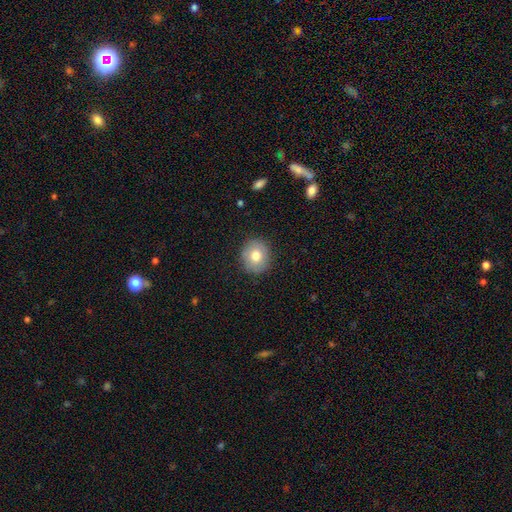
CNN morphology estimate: Smooth or featured?
  - smooth: 76% *
  - featured or disk: 16%
  - star or artifact: 8%
How rounded?
  - round: 82% *
  - in between: 17%
  - cigar-shaped: 1%
Merging?
  - none: 87% *
  - minor disturbance: 10%
  - major disturbance: 3%
  - merger: 1%